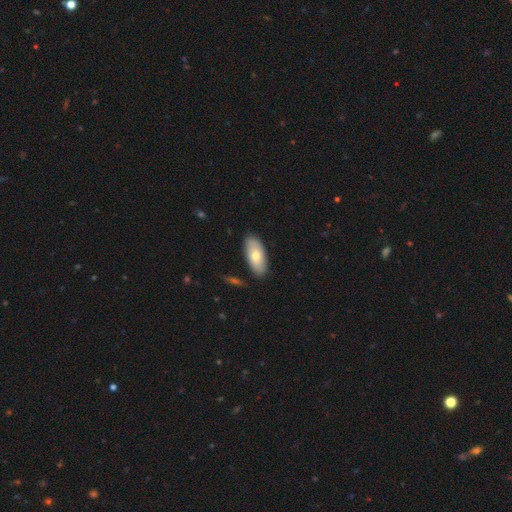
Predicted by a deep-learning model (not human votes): Smooth or featured: smooth — 67% (featured or disk — 27%)
How rounded: in between — 90% (cigar-shaped — 7%)
Merging: none — 85% (minor disturbance — 11%)